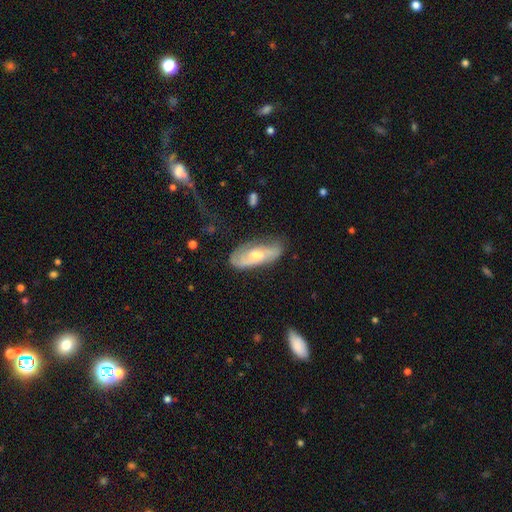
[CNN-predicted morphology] The model was most divided on "smooth or featured": featured or disk: 59%, smooth: 35%, star or artifact: 6%. More confident: edge-on disk — no (82%); merging — none (63%).